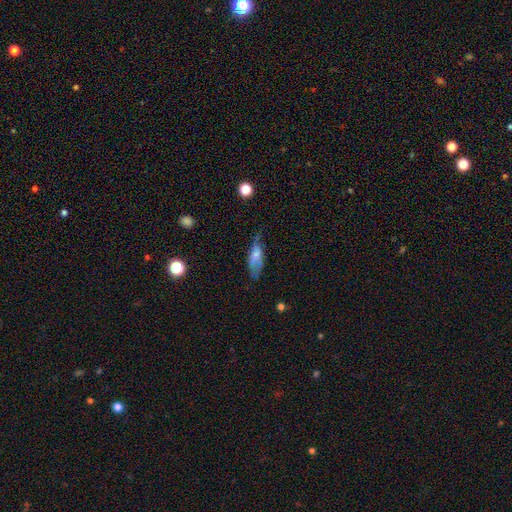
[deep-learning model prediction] The model was most divided on "merging": none: 42%, minor disturbance: 33%, major disturbance: 21%, merger: 4%. More confident: how rounded — in between (70%); smooth or featured — smooth (60%).